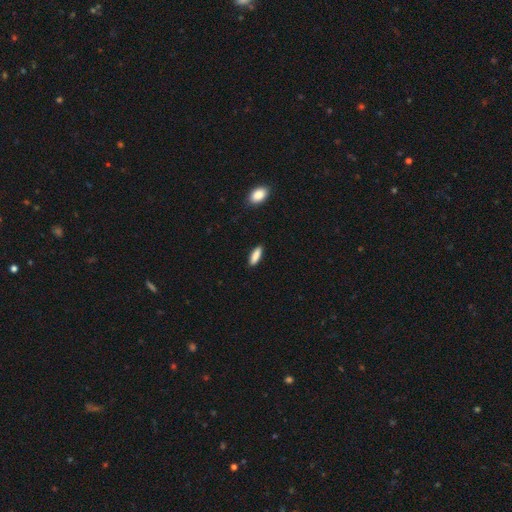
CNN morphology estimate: The model was most divided on "how rounded": in between: 50%, cigar-shaped: 48%, round: 2%. More confident: merging — none (88%); smooth or featured — smooth (88%).